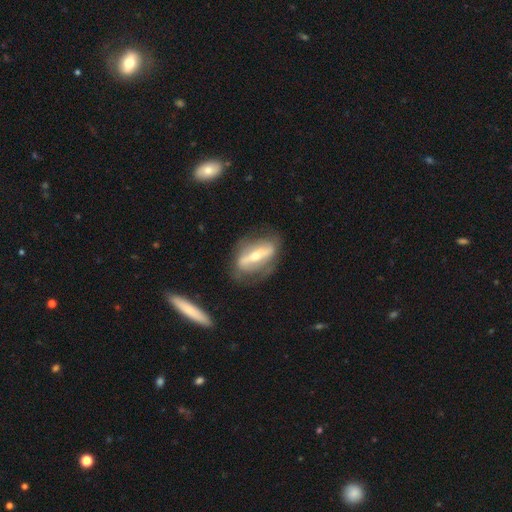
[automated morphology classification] A featured or disk galaxy (72%). Merging: none (67%).